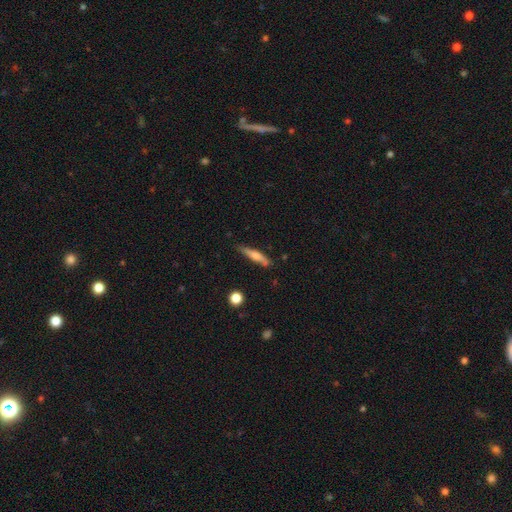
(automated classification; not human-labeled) Smooth or featured? smooth (54%)
How rounded? cigar-shaped (86%)
Merging? none (76%)